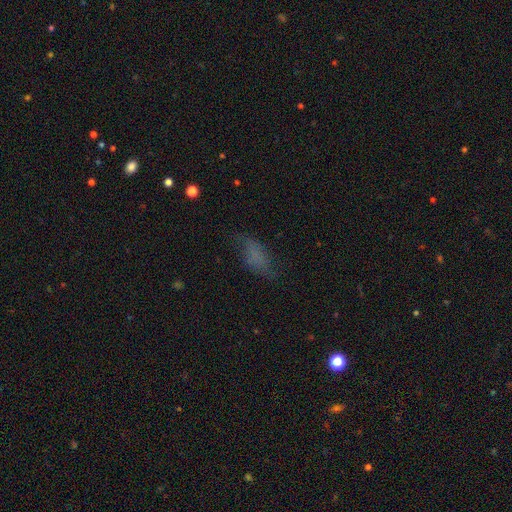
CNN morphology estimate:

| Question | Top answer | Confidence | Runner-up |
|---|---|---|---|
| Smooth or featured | smooth | 62% | featured or disk (22%) |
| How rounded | in between | 79% | cigar-shaped (16%) |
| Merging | none | 56% | minor disturbance (25%) |